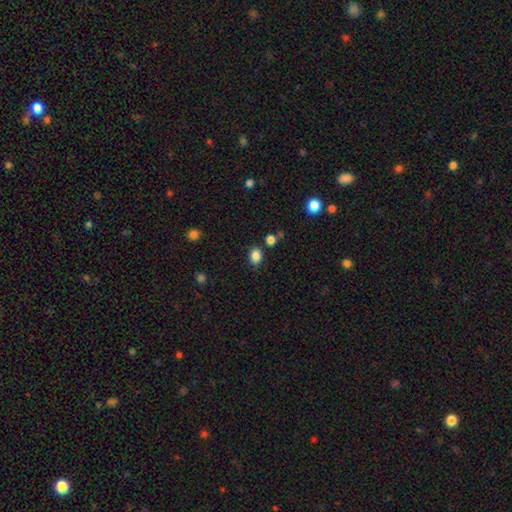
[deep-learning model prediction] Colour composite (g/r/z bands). It shows a smooth galaxy with no disk features (85%) that is in between round and cigar-shaped (57%). Merging: none (82%).